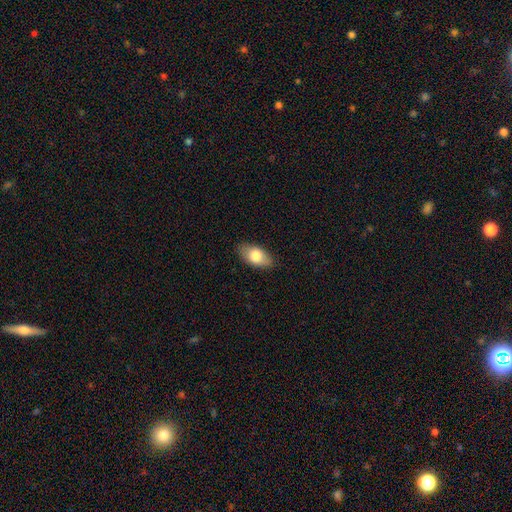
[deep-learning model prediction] The model was most divided on "smooth or featured": smooth: 77%, featured or disk: 17%, star or artifact: 6%. More confident: how rounded — in between (91%); merging — none (84%).